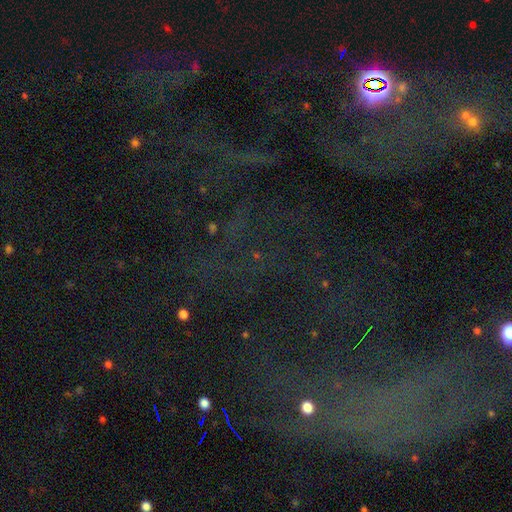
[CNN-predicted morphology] Overall: star or artifact (74%).